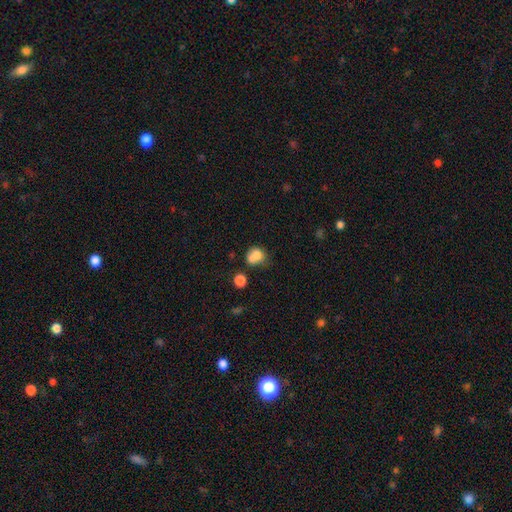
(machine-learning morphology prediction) Q: Smooth or featured?
A: smooth (75%); runner-up: featured or disk (14%)
Q: How rounded?
A: round (65%); runner-up: in between (34%)
Q: Merging?
A: merger (43%); runner-up: none (32%)